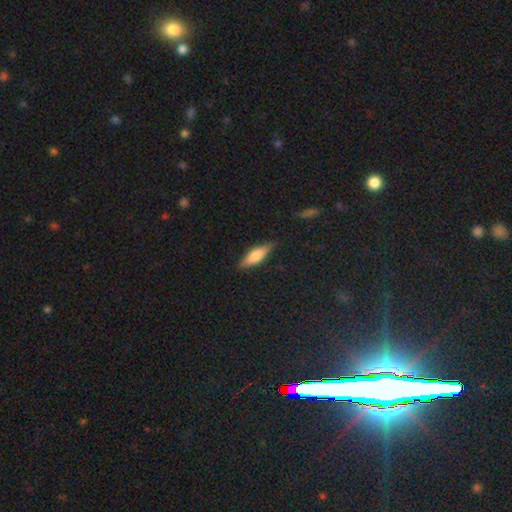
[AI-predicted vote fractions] smooth 57%, featured or disk 36%, star or artifact 7%. Down the decision tree: how rounded — cigar-shaped (50%); merging — none (85%).